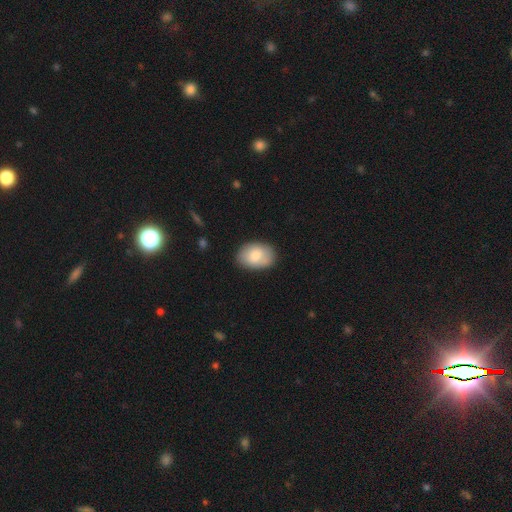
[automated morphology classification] smooth 79%, featured or disk 15%, star or artifact 6%. Down the decision tree: how rounded — in between (85%); merging — none (81%).